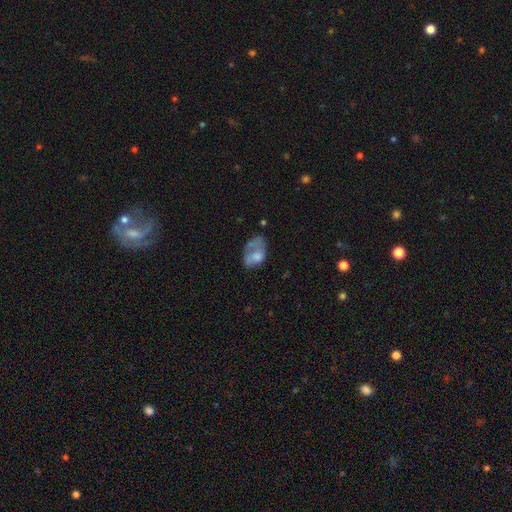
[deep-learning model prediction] Smooth or featured?
  - smooth: 59% *
  - featured or disk: 32%
  - star or artifact: 9%
How rounded?
  - in between: 86% *
  - round: 12%
  - cigar-shaped: 2%
Merging?
  - major disturbance: 34% *
  - none: 28%
  - minor disturbance: 27%
  - merger: 10%